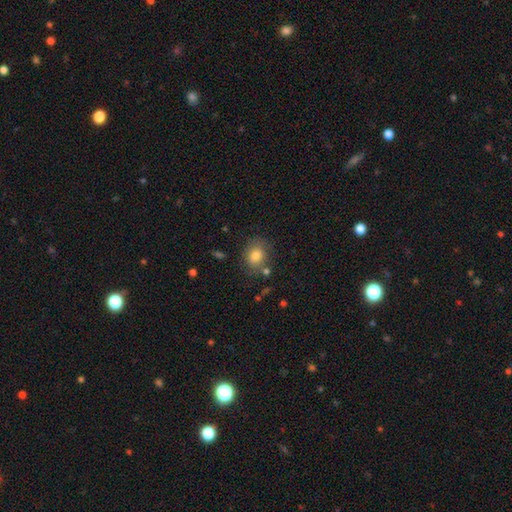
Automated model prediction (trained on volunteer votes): A smooth galaxy with no disk features (78%) that is round (59%). Merging: none (71%).